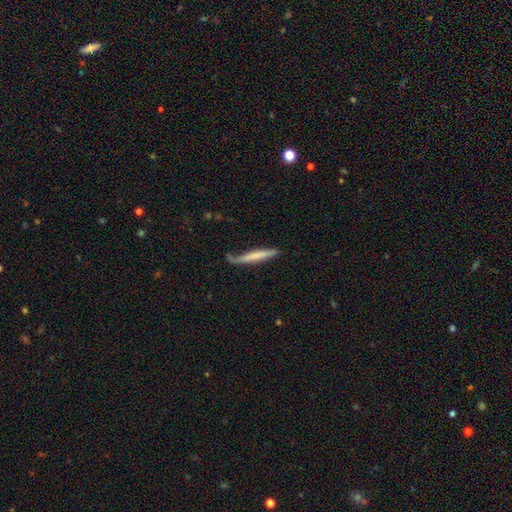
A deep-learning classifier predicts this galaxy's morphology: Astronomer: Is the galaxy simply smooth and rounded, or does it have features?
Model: smooth — 60%.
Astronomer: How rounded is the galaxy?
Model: cigar-shaped — 94%.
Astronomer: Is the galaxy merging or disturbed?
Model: none — 53%.